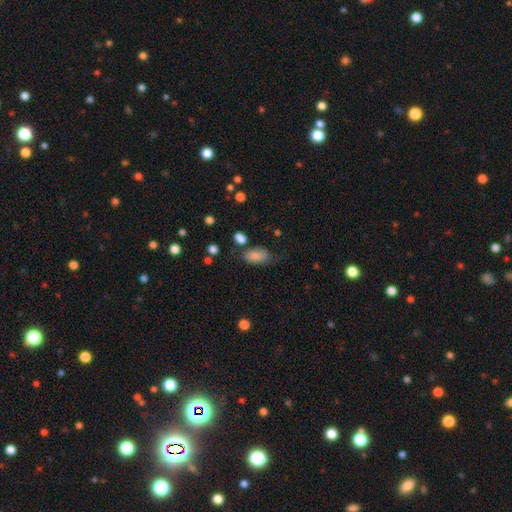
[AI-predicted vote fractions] Smooth or featured? Predicted: smooth (p=0.85). How rounded? Predicted: in between (p=0.92). Merging? Predicted: none (p=0.62).